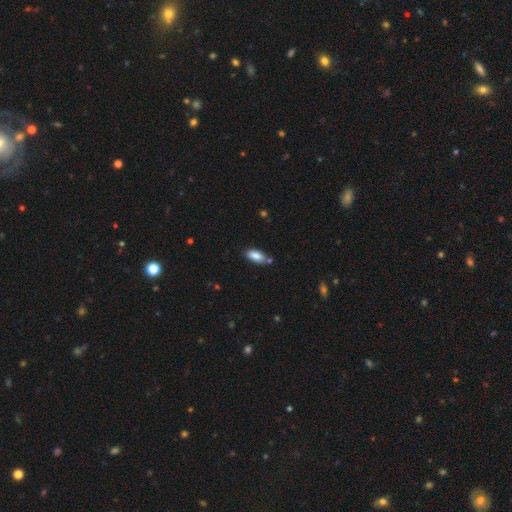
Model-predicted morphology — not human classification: Smooth or featured? Predicted: smooth (p=0.86). How rounded? Predicted: in between (p=0.88). Merging? Predicted: none (p=0.72).